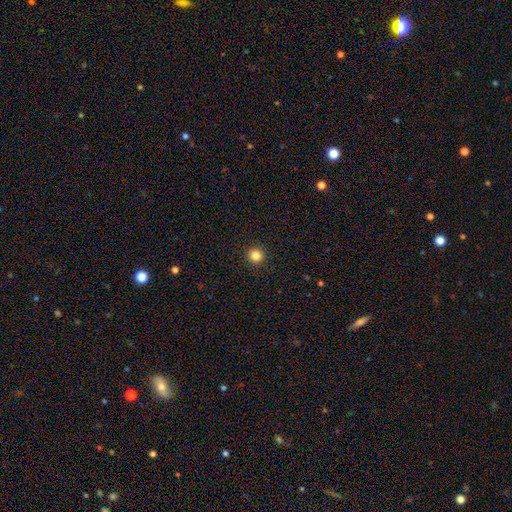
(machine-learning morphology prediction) A smooth galaxy with no disk features (84%) that is round (95%). Merging: none (93%).